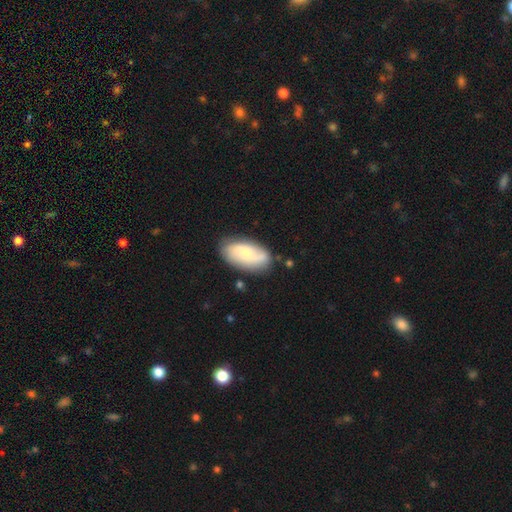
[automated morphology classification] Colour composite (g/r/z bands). It shows a smooth galaxy with no disk features (54%) that is in between round and cigar-shaped (92%). Merging: none (74%).